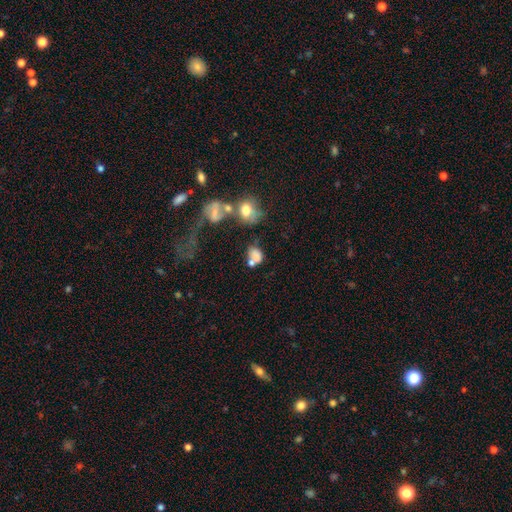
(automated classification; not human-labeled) A smooth galaxy with no disk features (68%) that is in between round and cigar-shaped (62%). Merging: merger (37%).